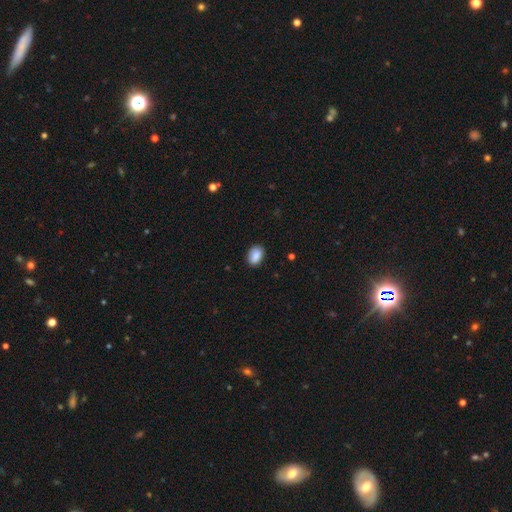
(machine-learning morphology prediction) smooth_or_featured: smooth (p=0.88) [alt: star or artifact p=0.07]
how_rounded: in between (p=0.82) [alt: round p=0.17]
merging: none (p=0.85) [alt: minor disturbance p=0.12]